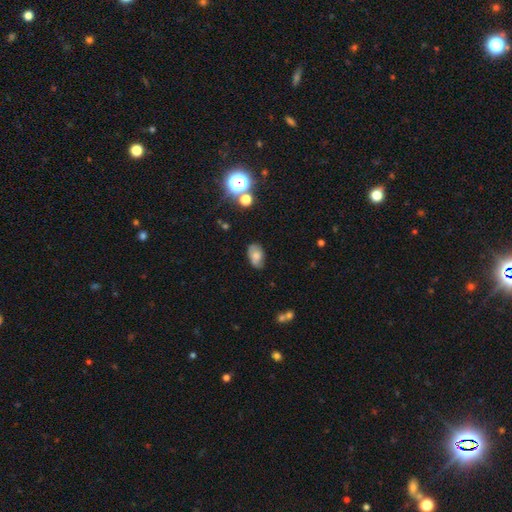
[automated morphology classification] Smooth or featured? smooth (69%)
How rounded? in between (91%)
Merging? none (74%)